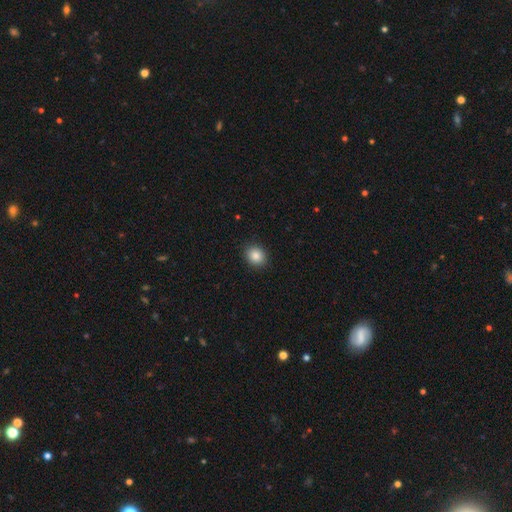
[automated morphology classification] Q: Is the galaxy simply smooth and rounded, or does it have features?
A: smooth — 86%.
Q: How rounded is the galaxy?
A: round — 68%.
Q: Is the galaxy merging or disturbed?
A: none — 90%.